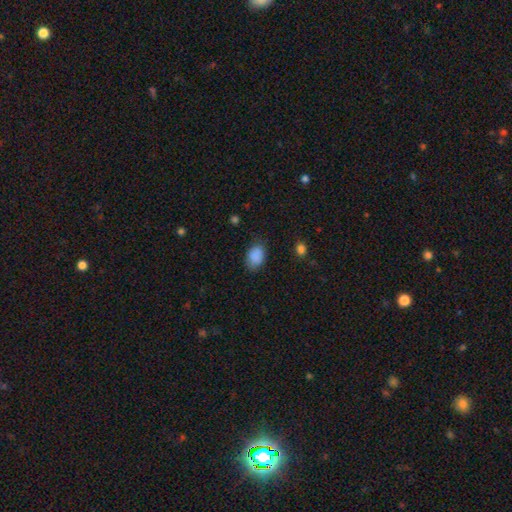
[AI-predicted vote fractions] This appears to be a smooth galaxy with no disk features (87%) that is in between round and cigar-shaped (79%). Merging: none (75%).